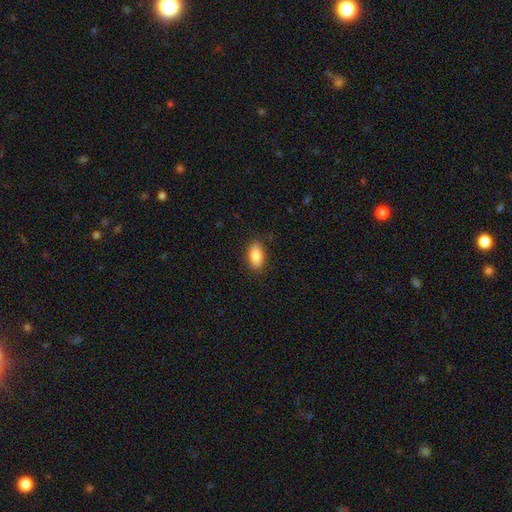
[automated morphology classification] Overall: smooth (88%). How rounded: in between (91%). Merging: none (86%).